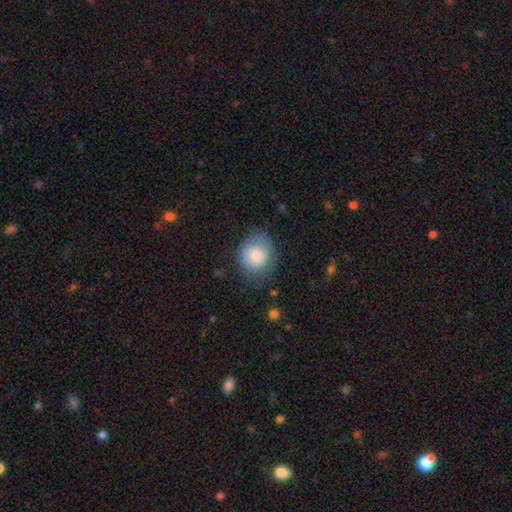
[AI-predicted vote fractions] This is clearly a smooth galaxy (80%). How rounded: likely round (68%). Merging: likely none (64%).